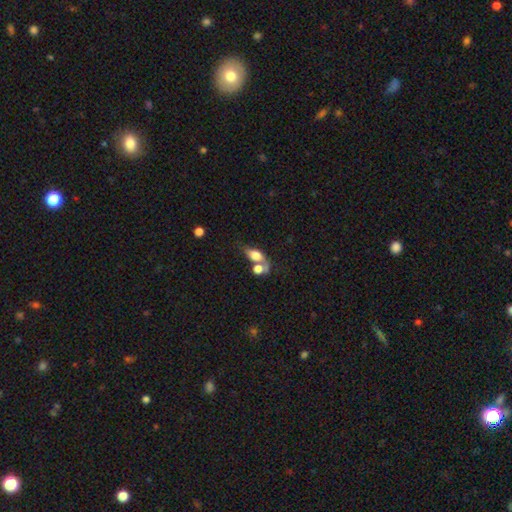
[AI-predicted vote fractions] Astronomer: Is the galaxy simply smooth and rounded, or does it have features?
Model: smooth — 69%.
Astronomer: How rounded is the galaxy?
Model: in between — 78%.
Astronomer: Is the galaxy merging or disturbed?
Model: merger — 49% (runner-up: none, 28%).